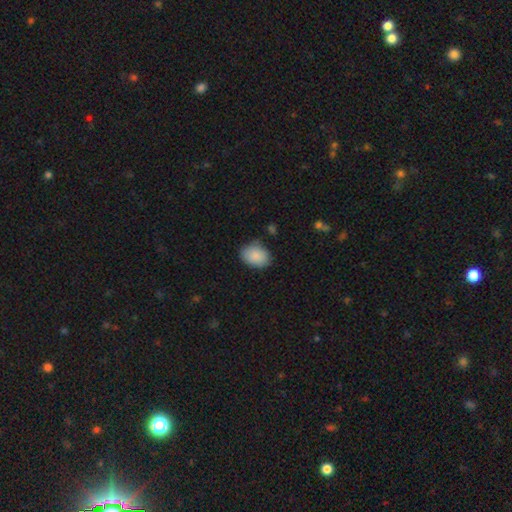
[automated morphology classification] Smooth or featured? Predicted: smooth (p=0.89). How rounded? Predicted: in between (p=0.72). Merging? Predicted: none (p=0.78).